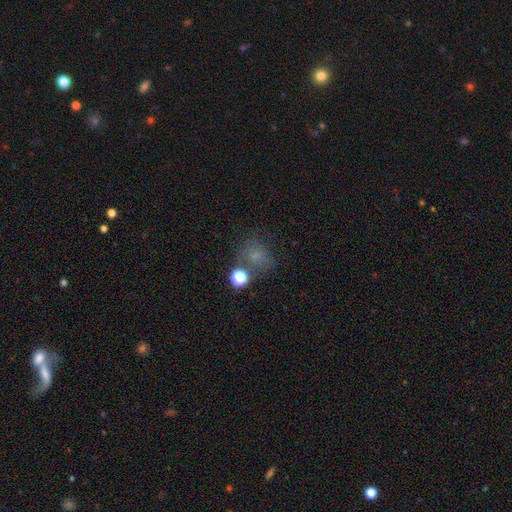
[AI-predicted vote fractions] A smooth galaxy with no disk features (65%) that is round (70%).

Vote fractions:
- Smooth or featured? smooth: 65% / star or artifact: 23% / featured or disk: 12%
- How rounded? round: 70% / in between: 28% / cigar-shaped: 1%
- Merging? none: 58% / minor disturbance: 17% / merger: 15% / major disturbance: 10%